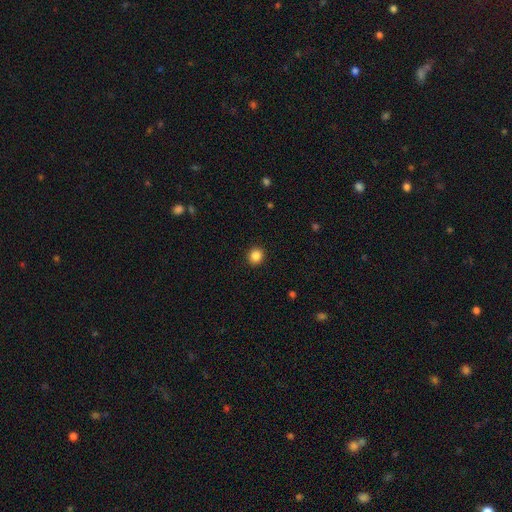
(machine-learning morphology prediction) Smooth or featured?
  - smooth: 86% *
  - star or artifact: 10%
  - featured or disk: 3%
How rounded?
  - round: 89% *
  - in between: 10%
  - cigar-shaped: 1%
Merging?
  - none: 92% *
  - minor disturbance: 5%
  - major disturbance: 2%
  - merger: 1%